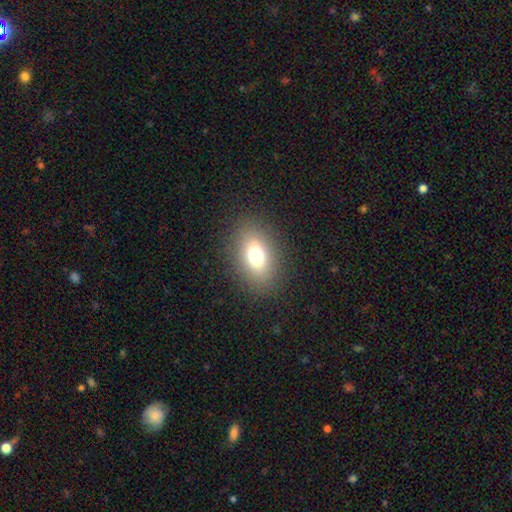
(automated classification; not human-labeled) A smooth galaxy with no disk features (70%) that is in between round and cigar-shaped (73%).

Vote fractions:
- Smooth or featured? smooth: 70% / star or artifact: 15% / featured or disk: 15%
- How rounded? in between: 73% / round: 25% / cigar-shaped: 2%
- Merging? none: 85% / minor disturbance: 9% / major disturbance: 5% / merger: 1%